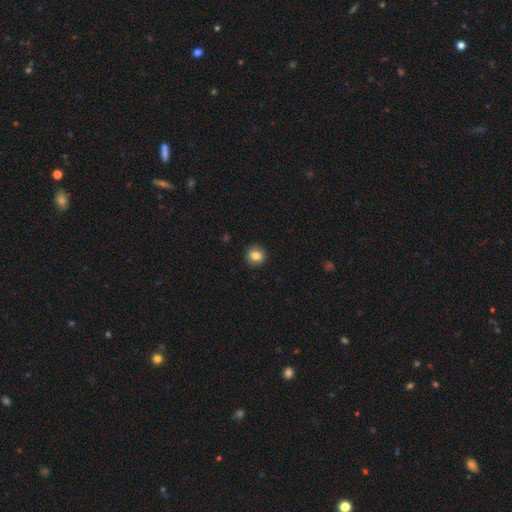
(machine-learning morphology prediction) Smooth or featured? Predicted: smooth (p=0.82). How rounded? Predicted: round (p=0.82). Merging? Predicted: none (p=0.90).